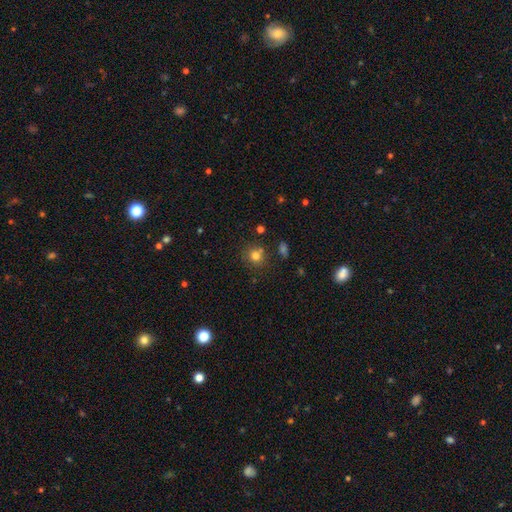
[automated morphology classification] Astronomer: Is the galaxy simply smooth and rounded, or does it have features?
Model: smooth — 76%.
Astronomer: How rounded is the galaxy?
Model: round — 86%.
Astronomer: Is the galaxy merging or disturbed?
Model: none — 72%.